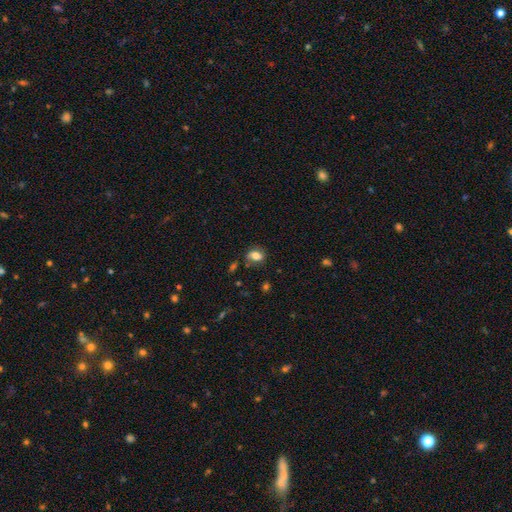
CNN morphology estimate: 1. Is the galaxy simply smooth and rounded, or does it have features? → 67% smooth, 23% featured or disk, 10% star or artifact.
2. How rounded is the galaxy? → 72% in between, 26% round, 2% cigar-shaped.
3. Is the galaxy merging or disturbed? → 66% none, 21% minor disturbance, 8% major disturbance, 5% merger.